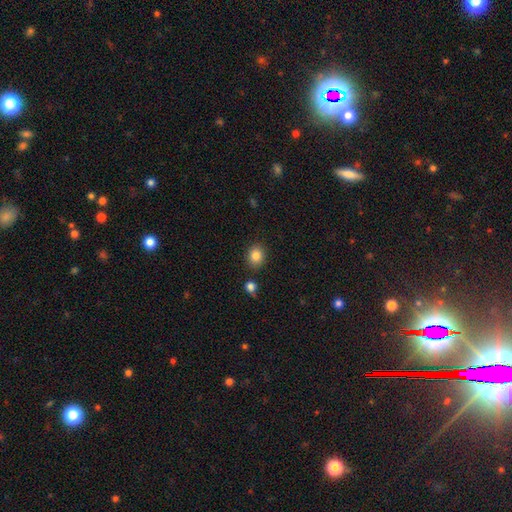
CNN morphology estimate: Smooth or featured: smooth — 85% (star or artifact — 10%)
How rounded: round — 66% (in between — 33%)
Merging: none — 85% (minor disturbance — 8%)